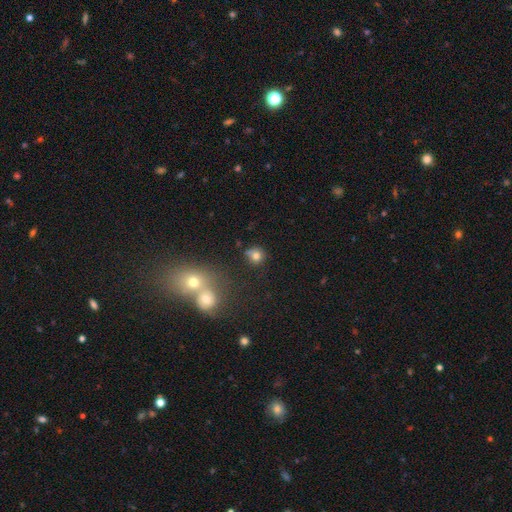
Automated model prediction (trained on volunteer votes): This appears to be a smooth galaxy with no disk features (76%) that is round (83%). Merging: none (62%).